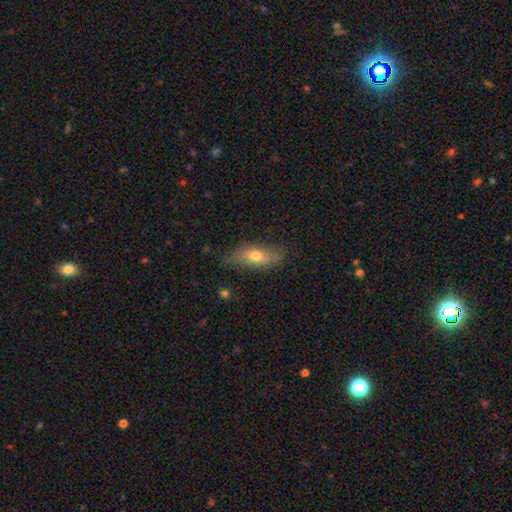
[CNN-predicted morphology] Smooth or featured? smooth (64%)
How rounded? in between (68%)
Merging? none (73%)